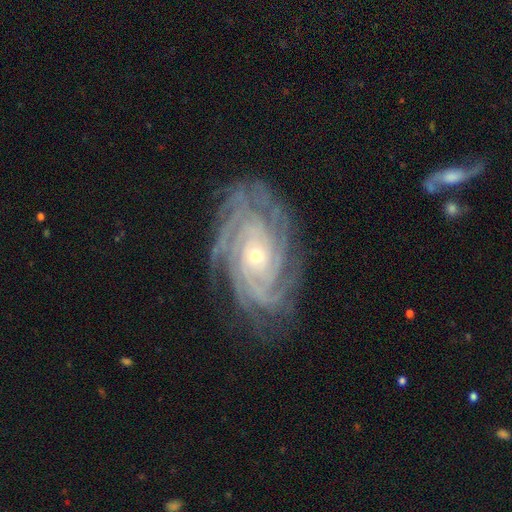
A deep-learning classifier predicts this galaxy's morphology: The model was most divided on "spiral arm count": 4: 27%, more than 4: 25%, can't tell: 17%, 3: 15%, 2: 9%, 1: 7%. More confident: spiral arms — yes (98%); edge-on disk — no (97%); smooth or featured — featured or disk (91%); spiral winding — tight (81%); merging — none (81%); bar — no (72%); bulge size — small (65%).